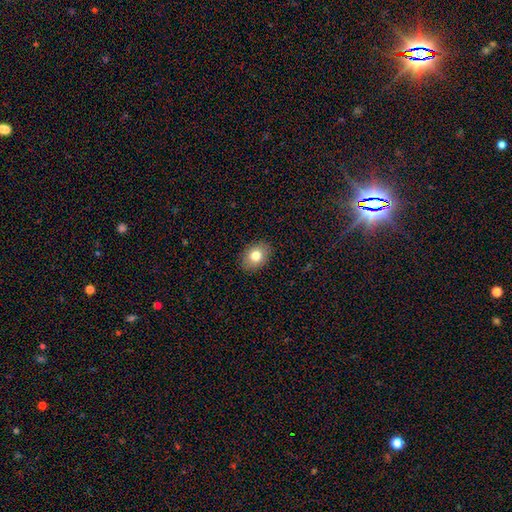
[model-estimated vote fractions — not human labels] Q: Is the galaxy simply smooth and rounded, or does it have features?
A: smooth — 80%.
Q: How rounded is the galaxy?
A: in between — 64%.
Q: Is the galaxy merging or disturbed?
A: none — 89%.